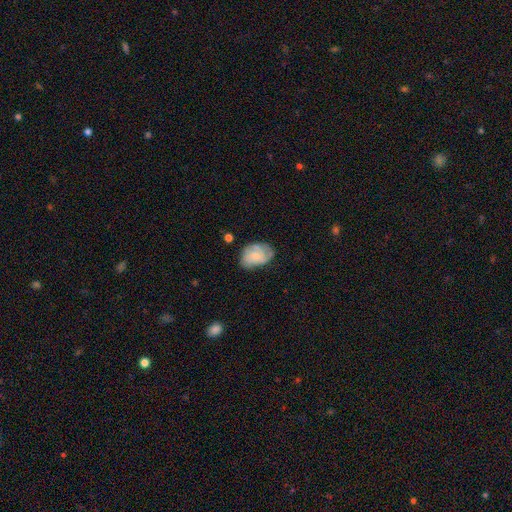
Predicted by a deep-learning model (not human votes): Smooth or featured: smooth — 61% (featured or disk — 31%)
How rounded: in between — 82% (round — 17%)
Merging: none — 55% (minor disturbance — 31%)